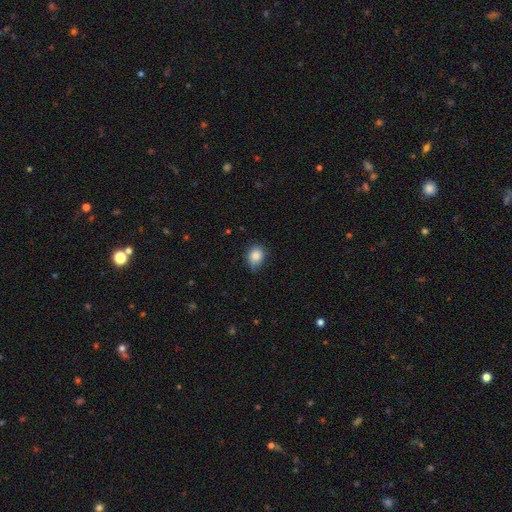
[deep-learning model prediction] Overall: smooth (85%). How rounded: round (51%; in between 48%). Merging: none (69%).